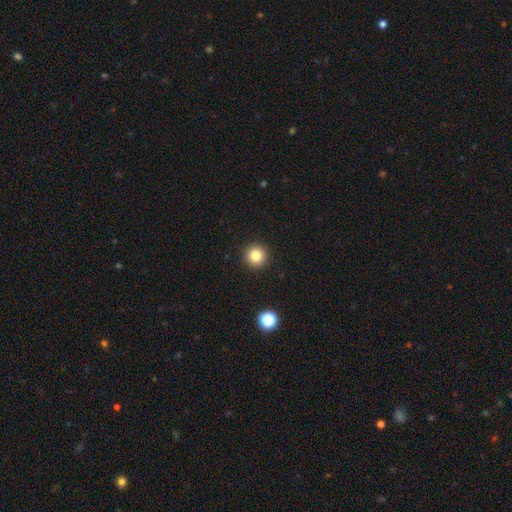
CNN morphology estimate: smooth 82%, star or artifact 12%, featured or disk 6%. Down the decision tree: how rounded — round (96%); merging — none (93%).